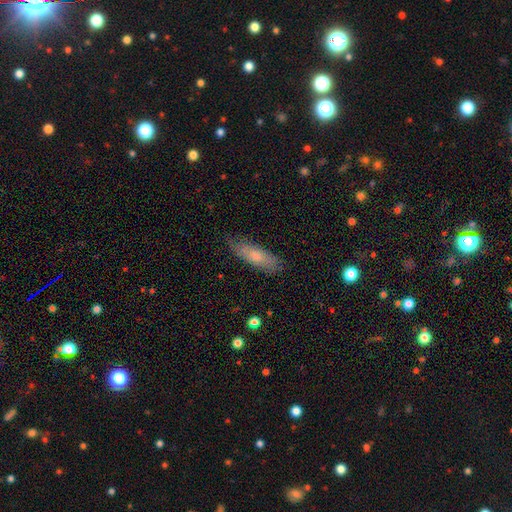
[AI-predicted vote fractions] smooth_or_featured: smooth (p=0.59) [alt: featured or disk p=0.34]
how_rounded: cigar-shaped (p=0.54) [alt: in between p=0.43]
merging: none (p=0.78) [alt: minor disturbance p=0.18]